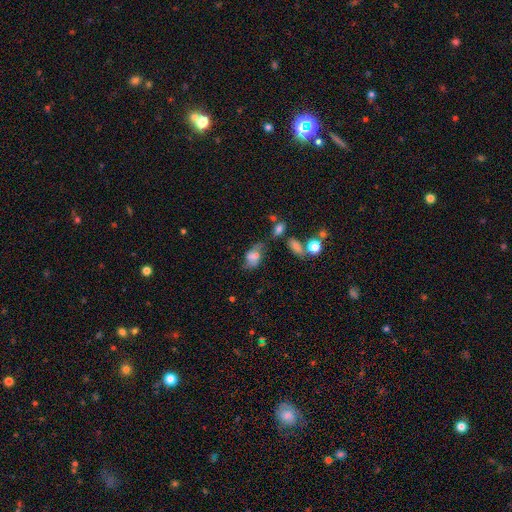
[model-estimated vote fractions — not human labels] Smooth or featured? Predicted: smooth (p=0.53). How rounded? Predicted: in between (p=0.85). Merging? Predicted: none (p=0.39).